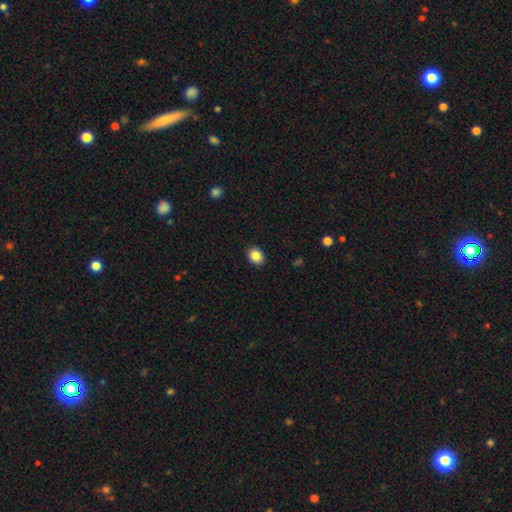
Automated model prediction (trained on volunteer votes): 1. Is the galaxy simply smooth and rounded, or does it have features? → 85% smooth, 9% star or artifact, 5% featured or disk.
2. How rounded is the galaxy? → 55% round, 44% in between, 1% cigar-shaped.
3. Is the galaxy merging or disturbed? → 91% none, 7% minor disturbance, 2% major disturbance, 1% merger.